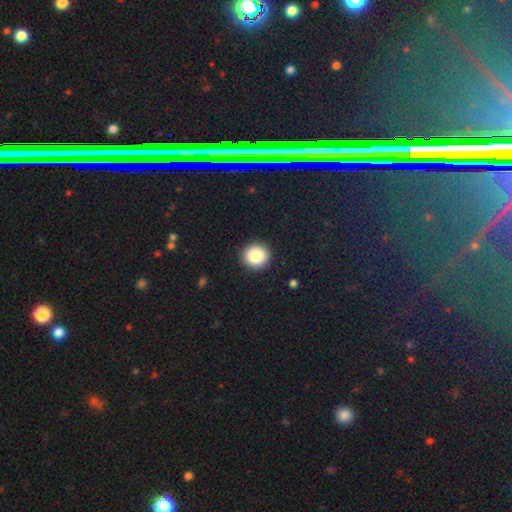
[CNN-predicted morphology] This is clearly a smooth galaxy (86%). How rounded: clearly round (94%). Merging: clearly none (92%).